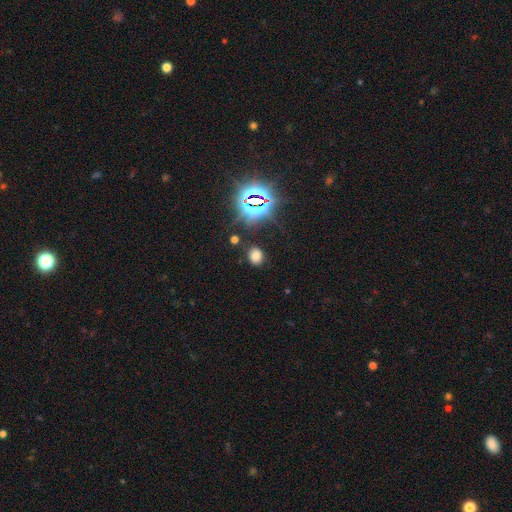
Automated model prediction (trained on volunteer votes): Q: Smooth or featured?
A: smooth (63%); runner-up: star or artifact (29%)
Q: How rounded?
A: round (49%); tied with: in between (49%)
Q: Merging?
A: none (83%); runner-up: minor disturbance (11%)